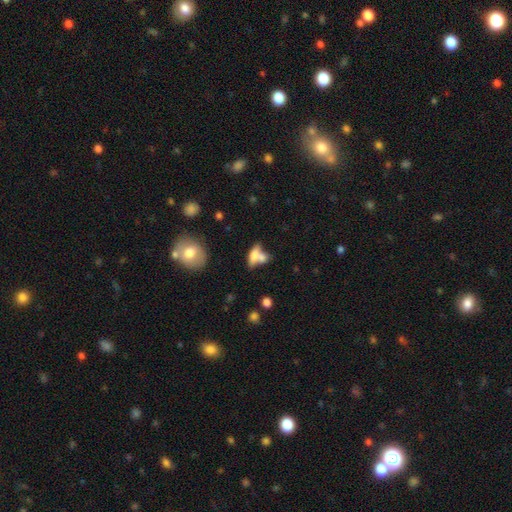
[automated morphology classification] type=smooth (64%); roundness=in between (68%); merging=merger (52%).